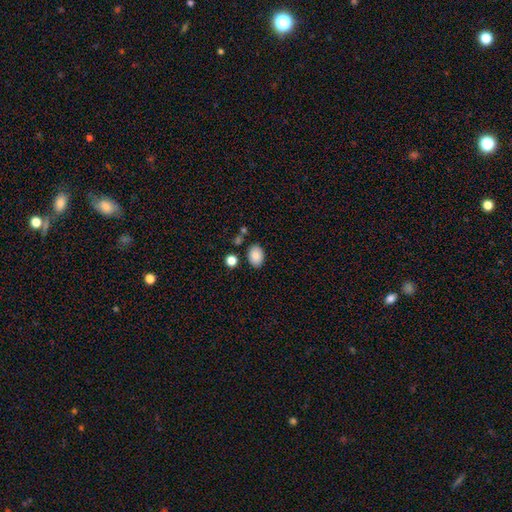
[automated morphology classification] Smooth or featured? smooth (88%)
How rounded? in between (81%)
Merging? none (82%)